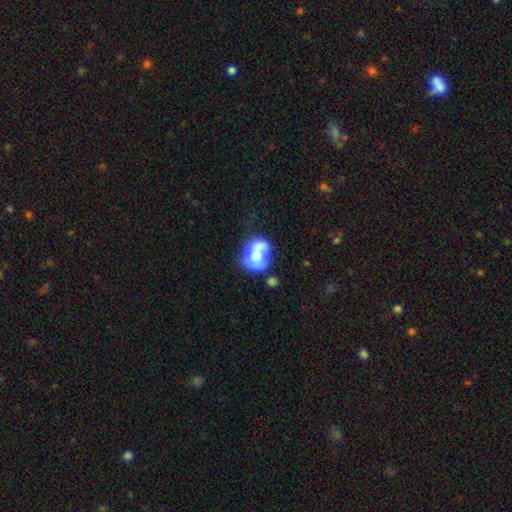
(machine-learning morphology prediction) Smooth or featured?
  - smooth: 59% *
  - featured or disk: 32%
  - star or artifact: 9%
How rounded?
  - in between: 57% *
  - round: 42%
  - cigar-shaped: 1%
Merging?
  - none: 33% *
  - minor disturbance: 25%
  - merger: 24%
  - major disturbance: 18%